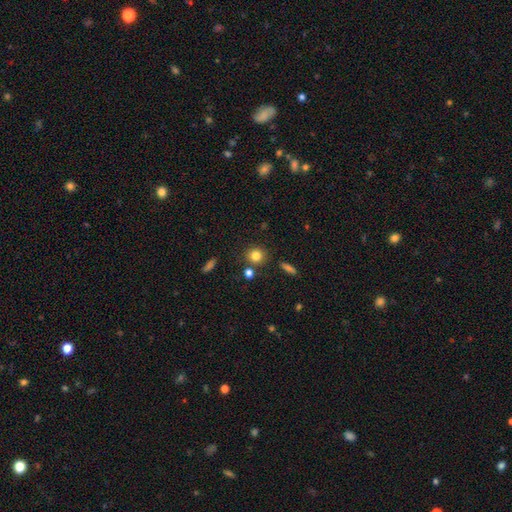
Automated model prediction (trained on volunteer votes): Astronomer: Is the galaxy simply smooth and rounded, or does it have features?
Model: smooth — 81%.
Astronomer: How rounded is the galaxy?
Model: round — 84%.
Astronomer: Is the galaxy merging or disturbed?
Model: none — 81%.